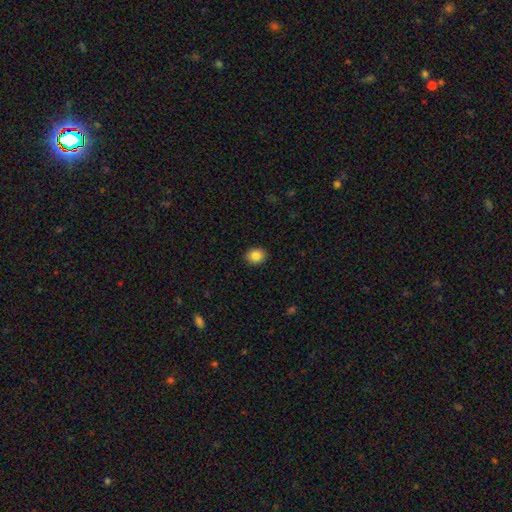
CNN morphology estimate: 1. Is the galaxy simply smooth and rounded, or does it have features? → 85% smooth, 9% star or artifact, 6% featured or disk.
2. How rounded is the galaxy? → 62% round, 37% in between, 1% cigar-shaped.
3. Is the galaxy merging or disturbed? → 91% none, 6% minor disturbance, 2% major disturbance, 1% merger.